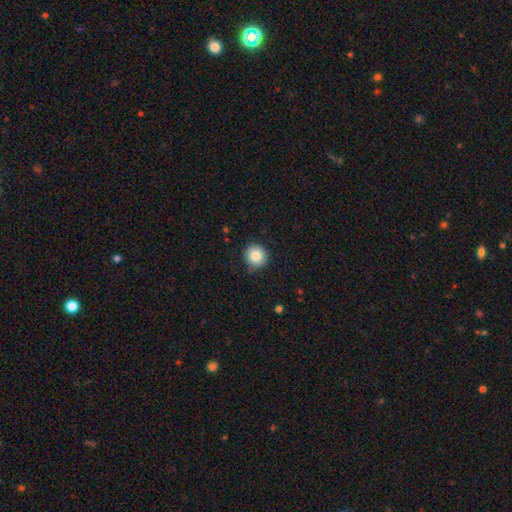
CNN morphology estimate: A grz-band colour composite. It shows a smooth galaxy with no disk features (84%) that is round (93%). Merging: none (86%).